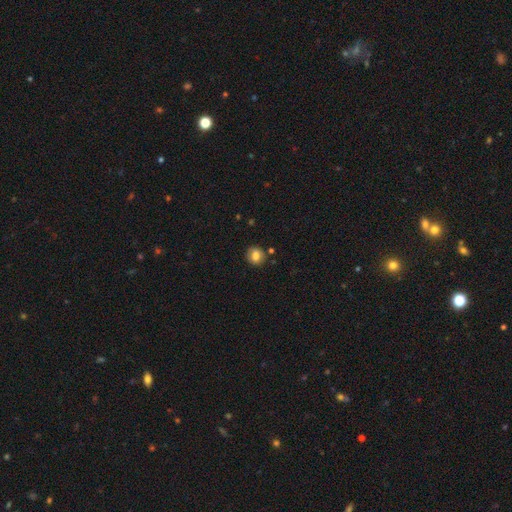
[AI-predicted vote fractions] smooth-or-featured: smooth: 80% | featured or disk: 11% | star or artifact: 10%
  how-rounded: round: 75% | in between: 24% | cigar-shaped: 1%
  merging: none: 84% | minor disturbance: 10% | merger: 4% | major disturbance: 3%